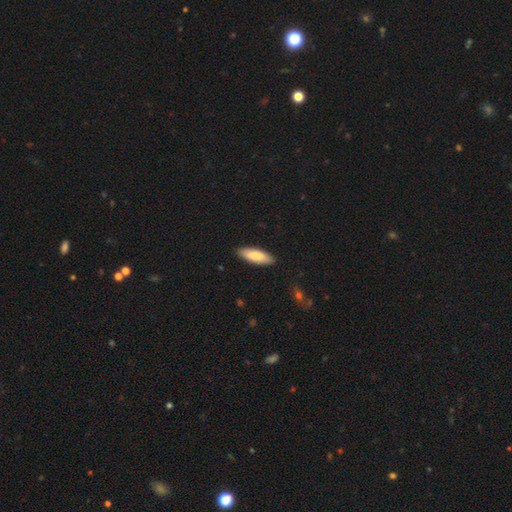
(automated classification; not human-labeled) smooth-or-featured: smooth: 85% | featured or disk: 10% | star or artifact: 5%
  how-rounded: in between: 57% | cigar-shaped: 42% | round: 1%
  merging: none: 89% | minor disturbance: 9% | major disturbance: 2% | merger: 1%